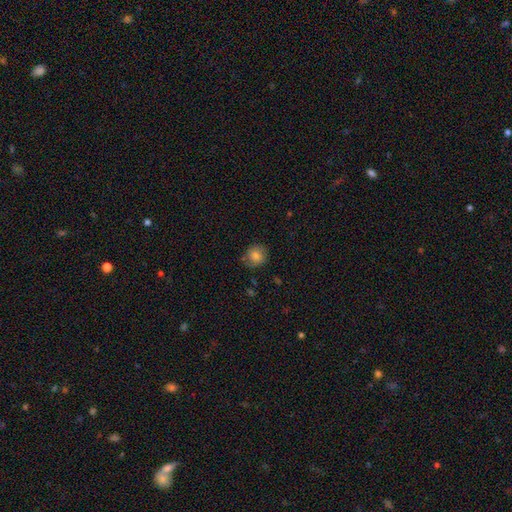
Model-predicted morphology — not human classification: smooth_or_featured: smooth (p=0.77) [alt: featured or disk p=0.13]
how_rounded: round (p=0.87) [alt: in between p=0.12]
merging: none (p=0.78) [alt: minor disturbance p=0.16]